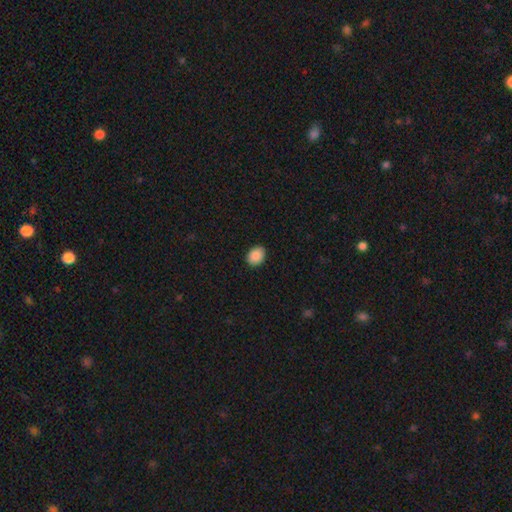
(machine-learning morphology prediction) Q: Smooth or featured?
A: smooth (89%); runner-up: star or artifact (8%)
Q: How rounded?
A: in between (63%); runner-up: round (36%)
Q: Merging?
A: none (89%); runner-up: minor disturbance (8%)